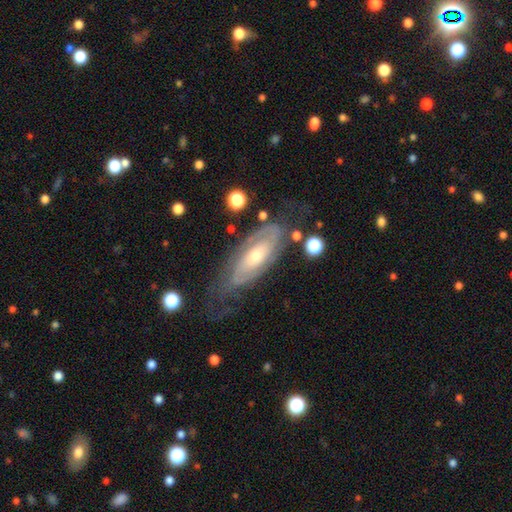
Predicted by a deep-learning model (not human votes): The model was most divided on "bulge size": moderate: 48%, small: 47%, large: 3%, none: 1%, dominant: 1%. Remaining: spiral arms — yes (87%); edge-on disk — no (86%); smooth or featured — featured or disk (80%); bar — no (66%); spiral winding — tight (64%); merging — none (64%); spiral arm count — 2 (45%).